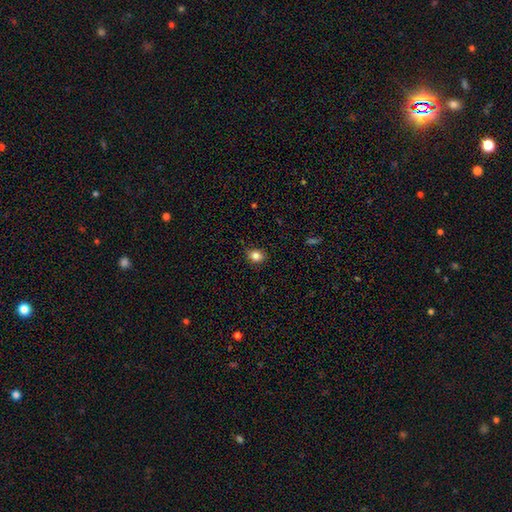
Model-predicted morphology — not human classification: type=smooth (84%); roundness=round (59%); merging=none (86%).